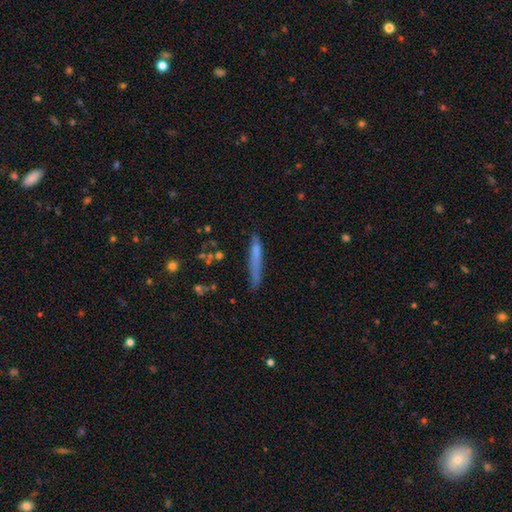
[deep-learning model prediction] smooth 63%, featured or disk 28%, star or artifact 9%. Down the decision tree: how rounded — cigar-shaped (94%); merging — none (72%).